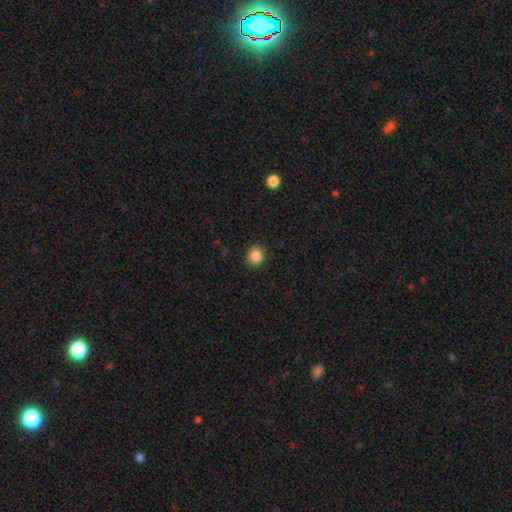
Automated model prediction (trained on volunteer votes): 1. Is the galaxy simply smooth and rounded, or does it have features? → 87% smooth, 10% star or artifact, 3% featured or disk.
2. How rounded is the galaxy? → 84% round, 15% in between, 1% cigar-shaped.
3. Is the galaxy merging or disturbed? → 90% none, 7% minor disturbance, 2% major disturbance, 1% merger.